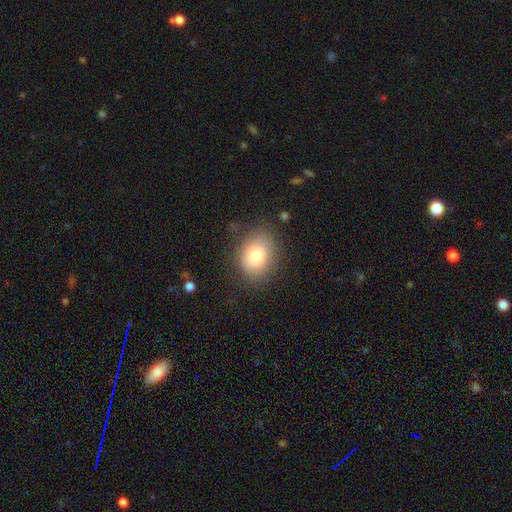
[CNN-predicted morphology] The model was most divided on "how rounded": in between: 53%, round: 46%, cigar-shaped: 1%. More confident: merging — none (80%); smooth or featured — smooth (79%).